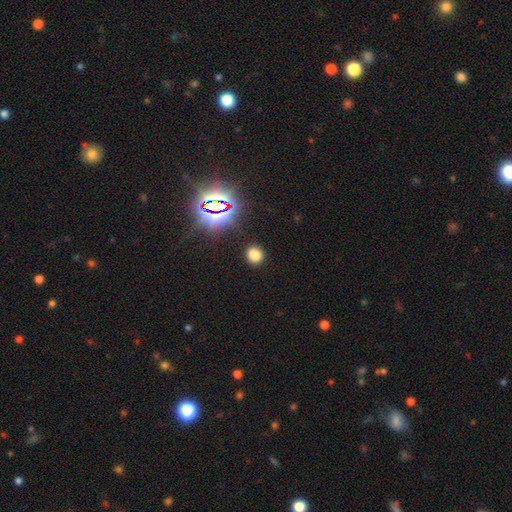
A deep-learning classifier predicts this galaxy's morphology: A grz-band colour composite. It shows a smooth galaxy with no disk features (72%) that is round (77%). Merging: none (83%).